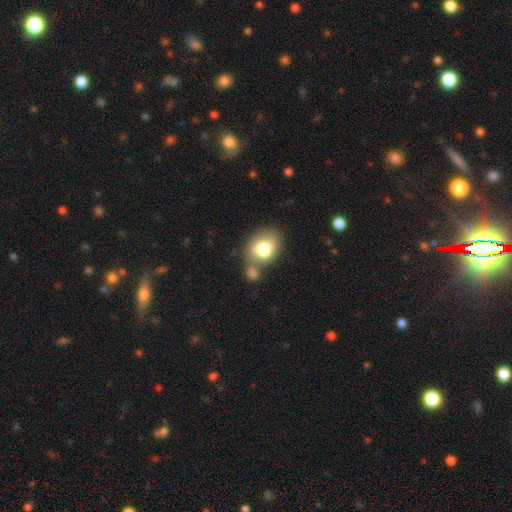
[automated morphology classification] This appears to be a smooth galaxy with no disk features (71%) that is in between round and cigar-shaped (65%). Merging: none (53%).